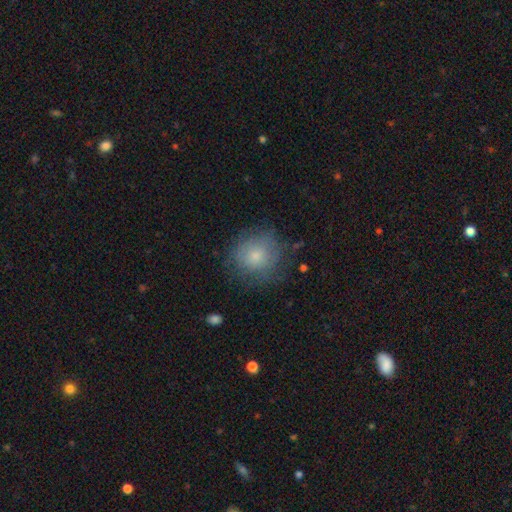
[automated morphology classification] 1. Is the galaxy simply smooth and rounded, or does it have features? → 71% smooth, 19% featured or disk, 9% star or artifact.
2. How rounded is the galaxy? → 86% round, 13% in between, 1% cigar-shaped.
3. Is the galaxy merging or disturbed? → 70% none, 20% minor disturbance, 9% major disturbance, 1% merger.